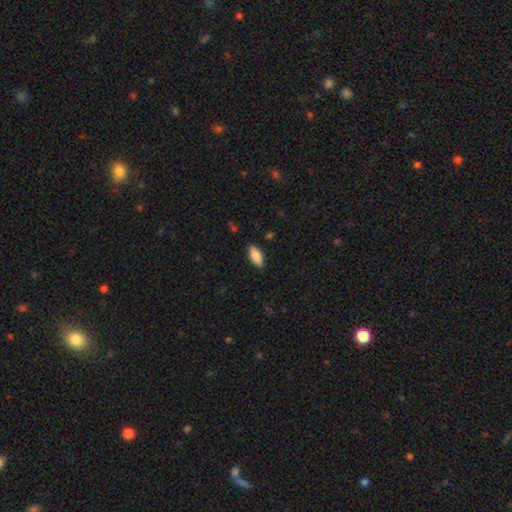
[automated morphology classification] Smooth or featured: smooth — 81% (featured or disk — 13%)
How rounded: in between — 83% (cigar-shaped — 15%)
Merging: none — 87% (minor disturbance — 10%)